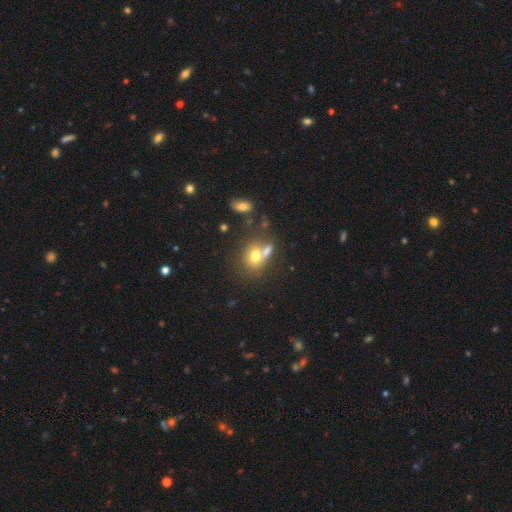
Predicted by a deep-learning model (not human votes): The model was most divided on "how rounded": round: 52%, in between: 46%, cigar-shaped: 2%. Remaining: smooth or featured — smooth (70%); merging — merger (48%).